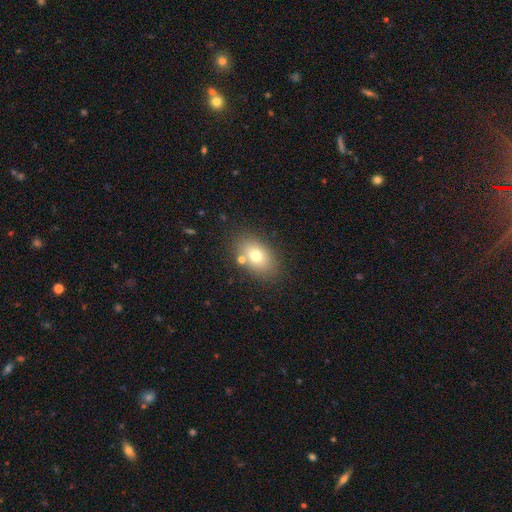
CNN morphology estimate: A smooth galaxy with no disk features (73%) that is in between round and cigar-shaped (82%). Merging: none (78%).